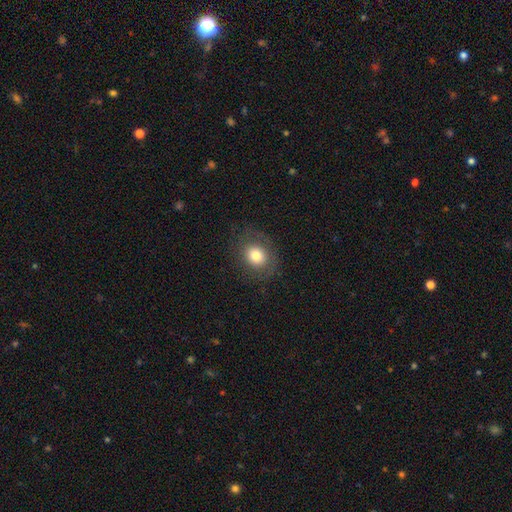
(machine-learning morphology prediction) smooth 76%, featured or disk 14%, star or artifact 10%. Down the decision tree: how rounded — round (60%); merging — none (79%).